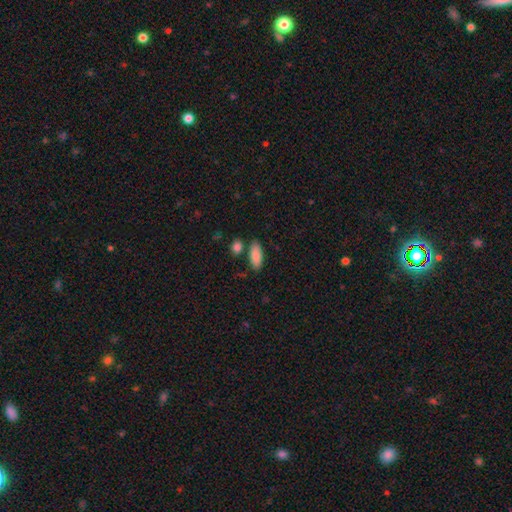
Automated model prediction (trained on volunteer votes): This is clearly a smooth galaxy (88%). How rounded: clearly in between (80%). Merging: likely none (78%).